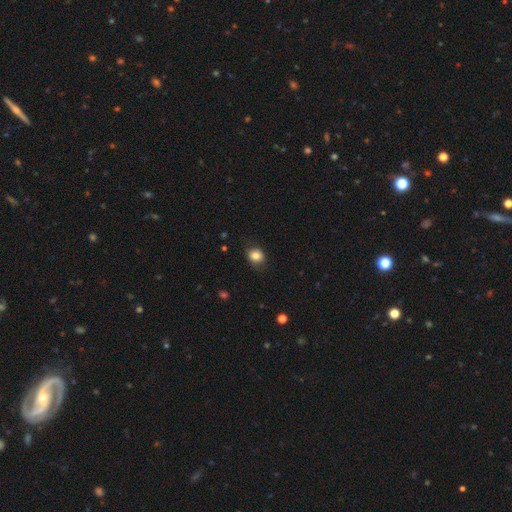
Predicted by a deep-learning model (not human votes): A smooth galaxy with no disk features (82%) that is round (61%).

Vote fractions:
- Smooth or featured? smooth: 82% / star or artifact: 10% / featured or disk: 8%
- How rounded? round: 61% / in between: 38% / cigar-shaped: 1%
- Merging? none: 77% / minor disturbance: 17% / major disturbance: 5% / merger: 1%